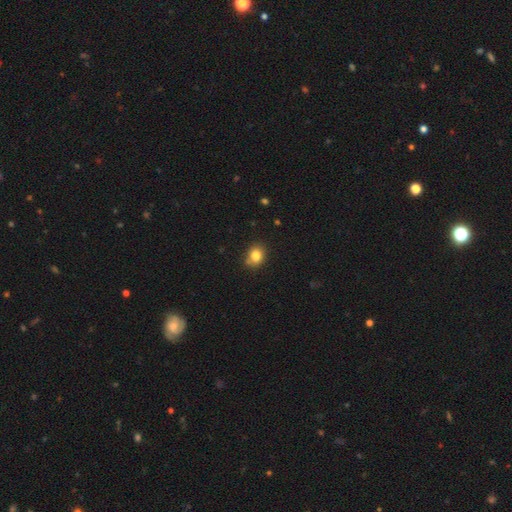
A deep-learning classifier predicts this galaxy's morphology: smooth 82%, star or artifact 11%, featured or disk 7%. Down the decision tree: how rounded — round (57%); merging — none (77%).